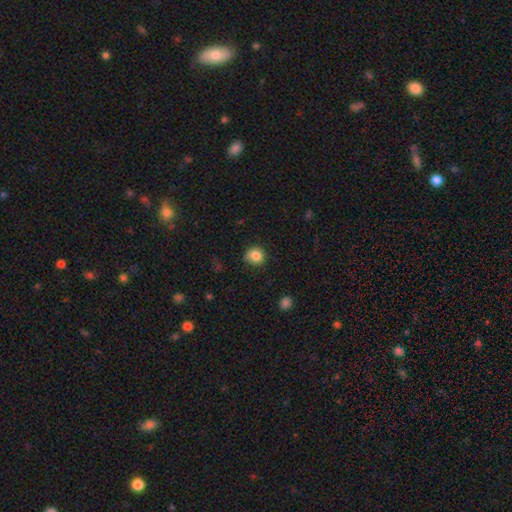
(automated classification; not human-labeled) Q: Smooth or featured?
A: smooth (84%); runner-up: star or artifact (11%)
Q: How rounded?
A: round (82%); runner-up: in between (17%)
Q: Merging?
A: none (74%); runner-up: minor disturbance (21%)